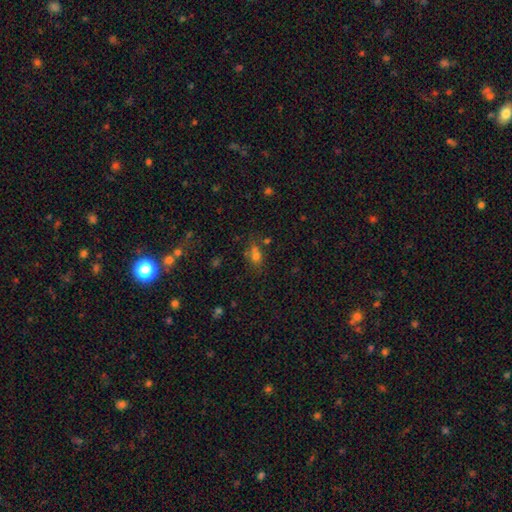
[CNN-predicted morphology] This is likely a smooth galaxy (62%). How rounded: possibly round (50%). Merging: possibly none (53%).